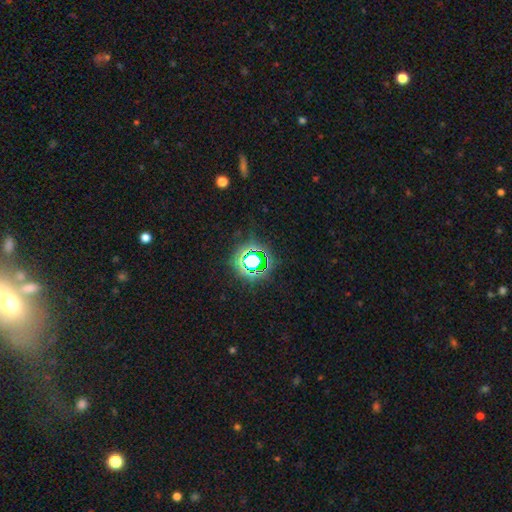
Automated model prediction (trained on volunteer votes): smooth-or-featured: star or artifact: 75% | smooth: 16% | featured or disk: 9%